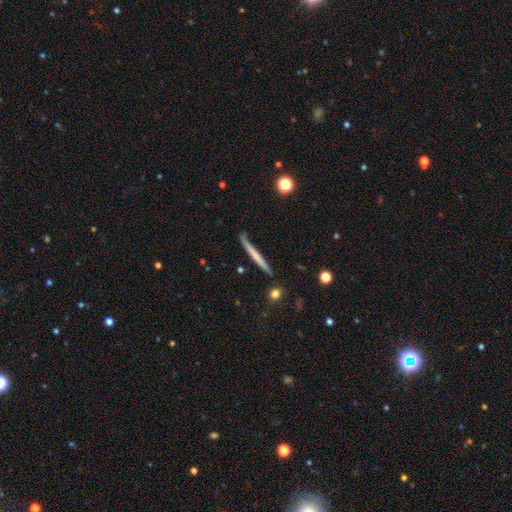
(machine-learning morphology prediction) A smooth galaxy with no disk features (55%) that is cigar-shaped (97%). Merging: none (84%).